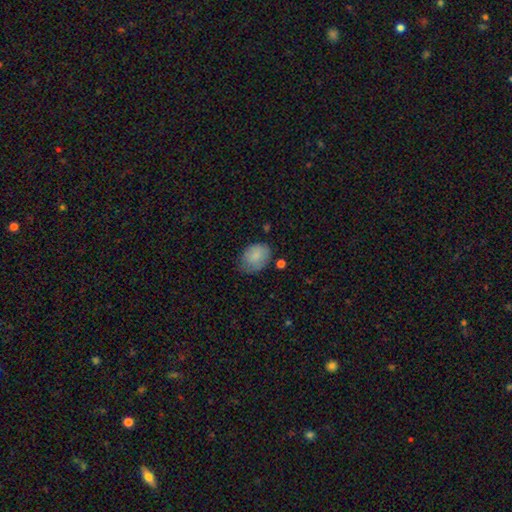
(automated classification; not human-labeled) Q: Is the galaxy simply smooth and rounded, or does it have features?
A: smooth — 84%.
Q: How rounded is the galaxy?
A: in between — 71%.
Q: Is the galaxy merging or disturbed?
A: none — 56%.